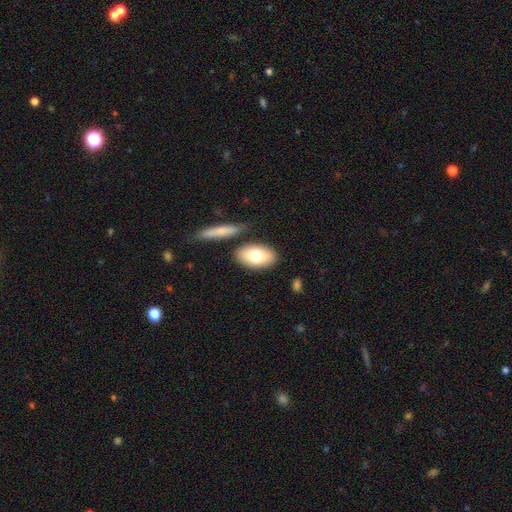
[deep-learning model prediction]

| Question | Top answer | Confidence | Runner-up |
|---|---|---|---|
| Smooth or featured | smooth | 73% | featured or disk (20%) |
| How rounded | in between | 91% | round (7%) |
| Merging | none | 75% | minor disturbance (13%) |